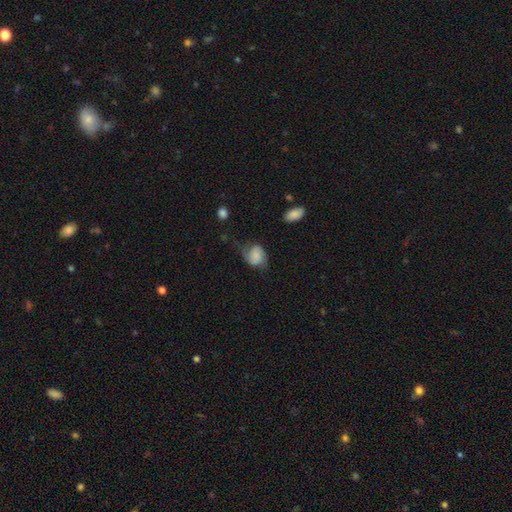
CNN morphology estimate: Smooth or featured?
  - smooth: 58% *
  - featured or disk: 34%
  - star or artifact: 9%
How rounded?
  - in between: 50% *
  - round: 49%
  - cigar-shaped: 1%
Merging?
  - none: 48% *
  - minor disturbance: 33%
  - major disturbance: 16%
  - merger: 2%